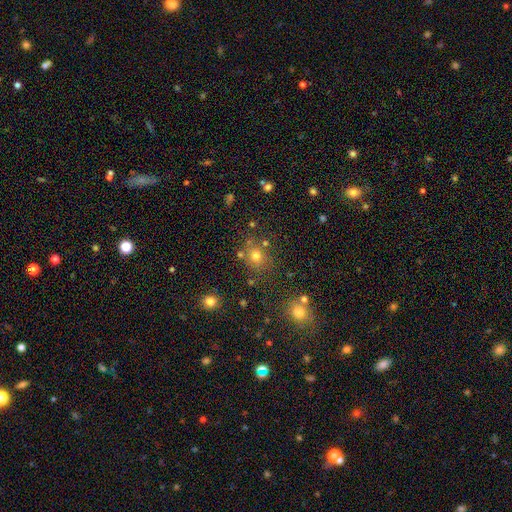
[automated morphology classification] smooth_or_featured: smooth (p=0.70) [alt: star or artifact p=0.21]
how_rounded: round (p=0.78) [alt: in between p=0.21]
merging: none (p=0.74) [alt: minor disturbance p=0.11]